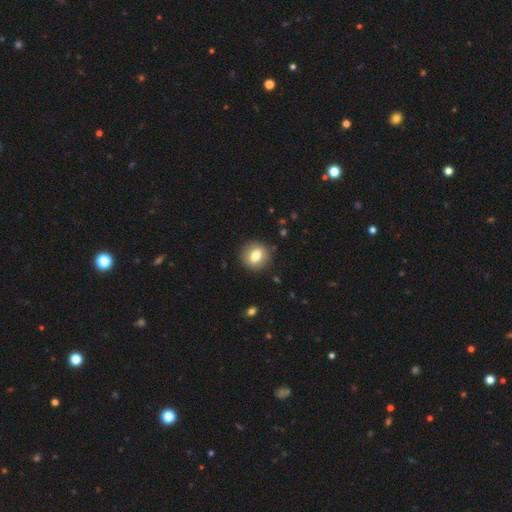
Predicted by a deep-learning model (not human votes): Morphology: type=smooth (74%); roundness=round (76%); merging=none (88%).